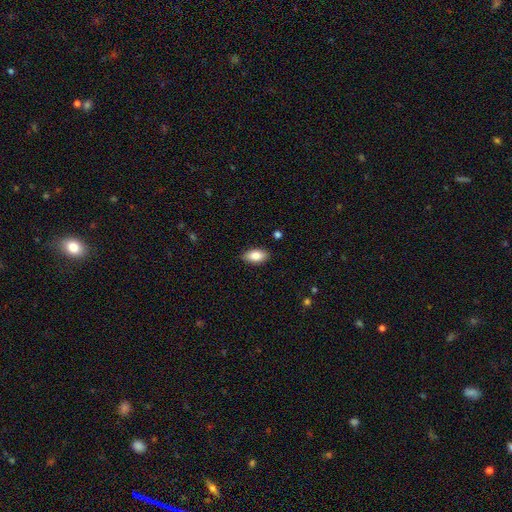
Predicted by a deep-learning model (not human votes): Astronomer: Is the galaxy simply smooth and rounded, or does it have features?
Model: smooth — 85%.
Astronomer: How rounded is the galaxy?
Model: in between — 93%.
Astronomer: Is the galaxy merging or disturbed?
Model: none — 87%.